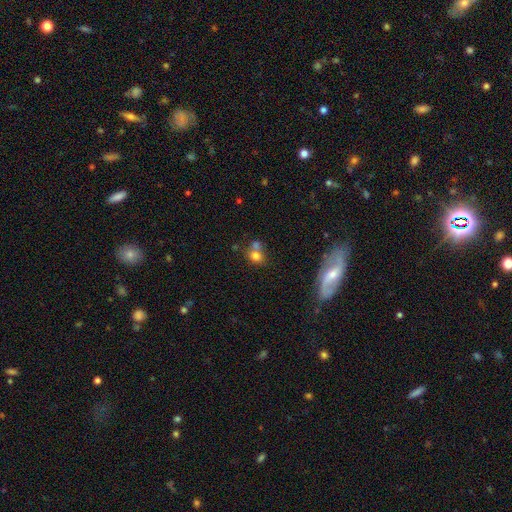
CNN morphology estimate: This appears to be a smooth galaxy with no disk features (74%) that is round (61%). Merging: merger (44%).